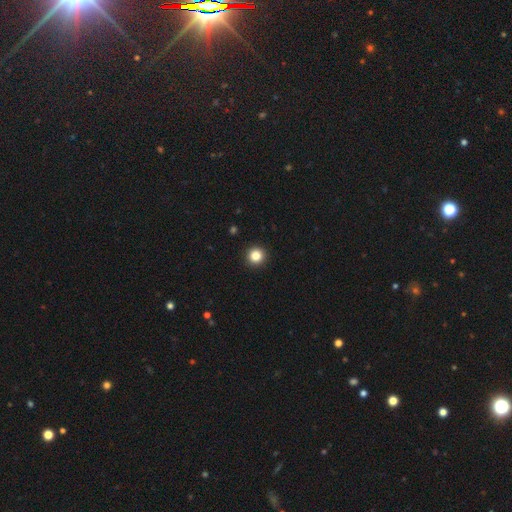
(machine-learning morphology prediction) Smooth or featured? smooth (84%)
How rounded? round (95%)
Merging? none (94%)